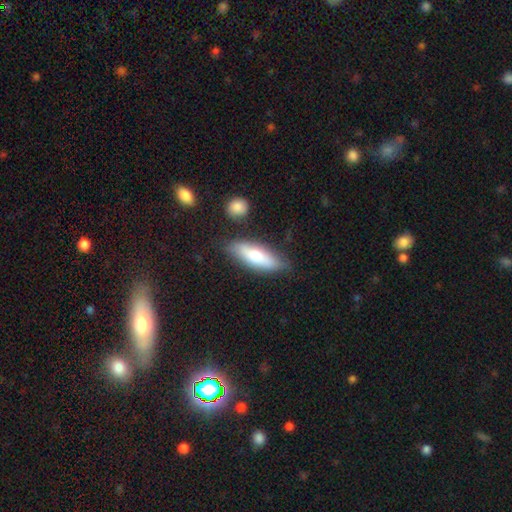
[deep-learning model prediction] This appears to be a smooth galaxy with no disk features (67%) that is in between round and cigar-shaped (50%). Merging: none (79%).